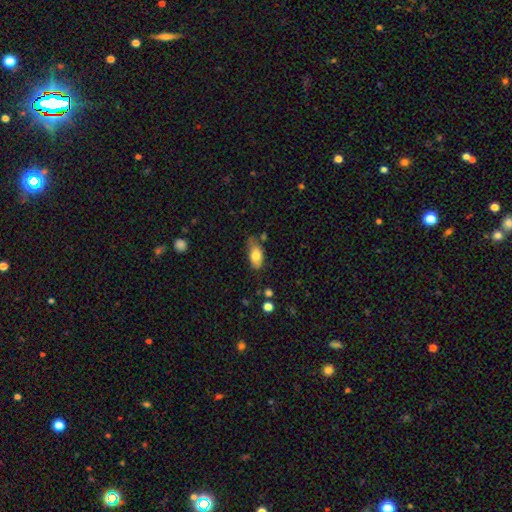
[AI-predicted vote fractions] smooth_or_featured: smooth (p=0.78) [alt: featured or disk p=0.15]
how_rounded: in between (p=0.89) [alt: cigar-shaped p=0.06]
merging: none (p=0.54) [alt: minor disturbance p=0.32]